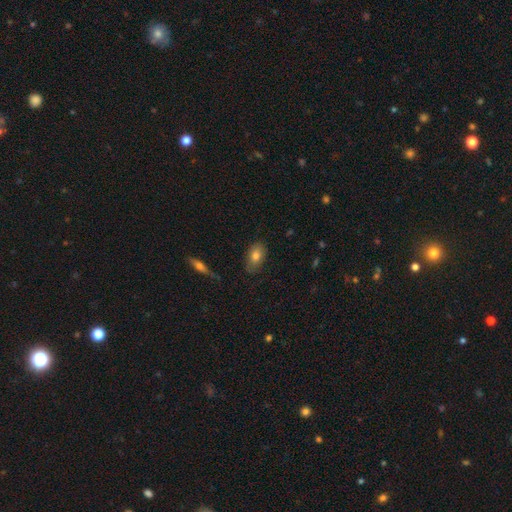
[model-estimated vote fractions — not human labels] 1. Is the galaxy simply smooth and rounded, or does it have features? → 77% smooth, 15% featured or disk, 8% star or artifact.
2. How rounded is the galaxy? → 89% in between, 8% round, 3% cigar-shaped.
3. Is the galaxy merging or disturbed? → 77% none, 18% minor disturbance, 4% major disturbance, 2% merger.